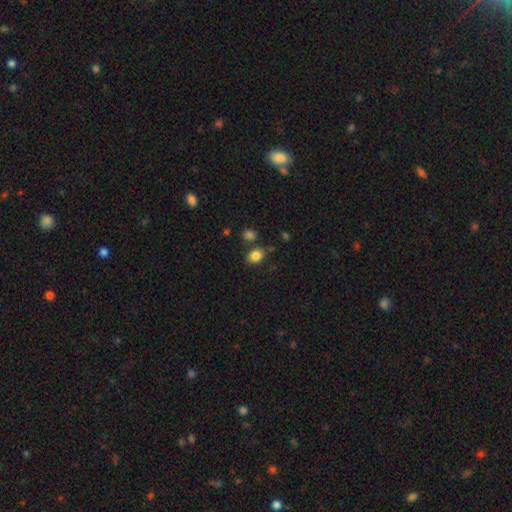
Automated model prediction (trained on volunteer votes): The model was most divided on "how rounded": in between: 56%, round: 43%, cigar-shaped: 1%. More confident: smooth or featured — smooth (83%); merging — none (77%).